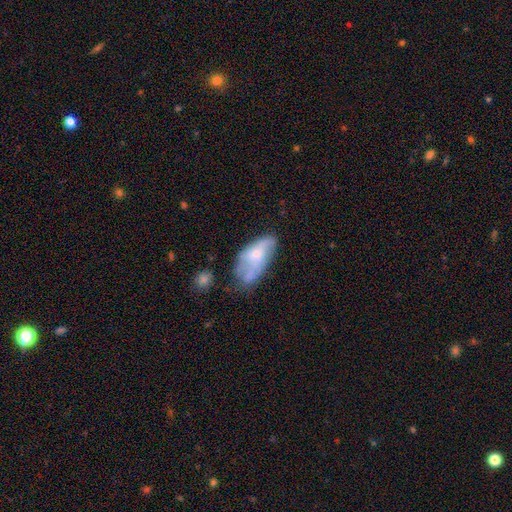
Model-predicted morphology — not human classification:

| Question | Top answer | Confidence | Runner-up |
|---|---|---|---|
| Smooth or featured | featured or disk | 47% | smooth (46%) |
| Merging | none | 37% | minor disturbance (31%) |